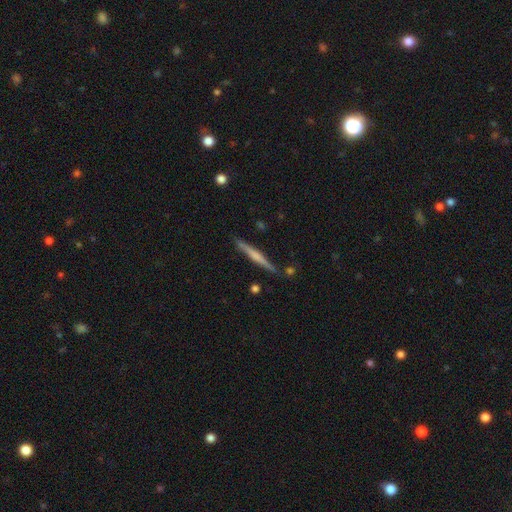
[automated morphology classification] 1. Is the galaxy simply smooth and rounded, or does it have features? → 58% featured or disk, 36% smooth, 6% star or artifact.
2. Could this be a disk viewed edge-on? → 98% yes, 2% no.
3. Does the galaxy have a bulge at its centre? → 50% rounded, 32% none, 18% boxy.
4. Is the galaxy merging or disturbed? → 86% none, 9% minor disturbance, 3% merger, 2% major disturbance.